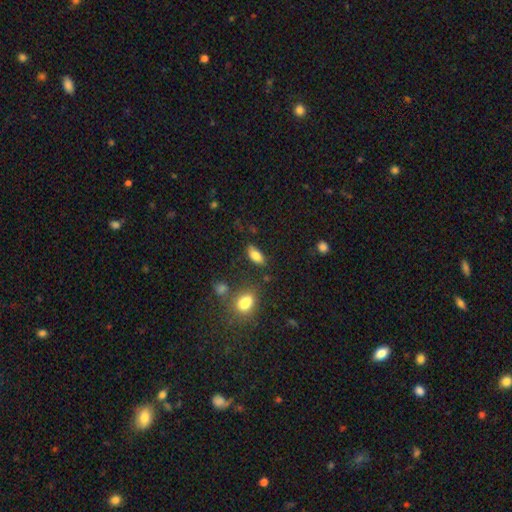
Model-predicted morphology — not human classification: smooth 80%, featured or disk 10%, star or artifact 9%. Down the decision tree: how rounded — in between (85%); merging — none (76%).